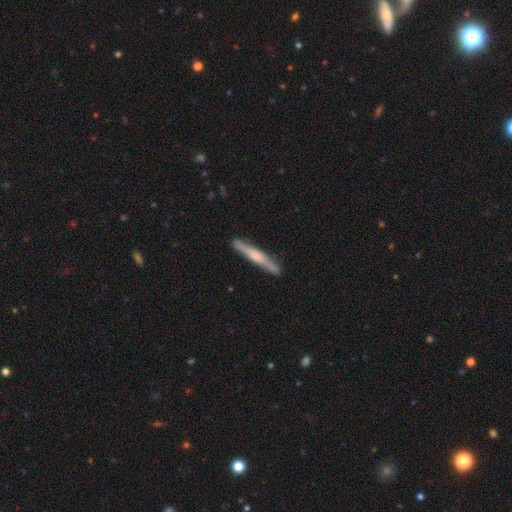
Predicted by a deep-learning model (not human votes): Morphology: type=featured or disk (55%); edge-on=yes (95%); edge-on bulge=rounded (64%); merging=none (88%).